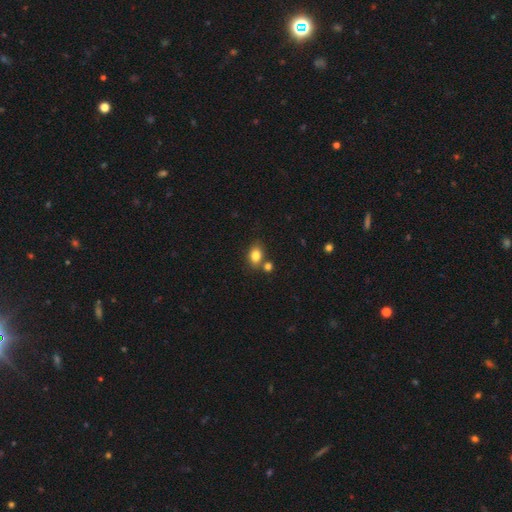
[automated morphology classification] The model was most divided on "how rounded": in between: 68%, round: 31%, cigar-shaped: 1%. More confident: smooth or featured — smooth (82%); merging — none (63%).